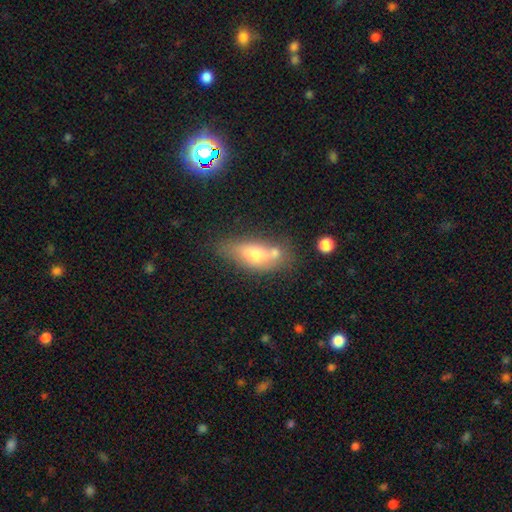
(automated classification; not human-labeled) A smooth galaxy with no disk features (63%) that is in between round and cigar-shaped (73%).

Vote fractions:
- Smooth or featured? smooth: 63% / featured or disk: 28% / star or artifact: 9%
- How rounded? in between: 73% / cigar-shaped: 22% / round: 5%
- Merging? none: 48% / merger: 25% / minor disturbance: 19% / major disturbance: 8%